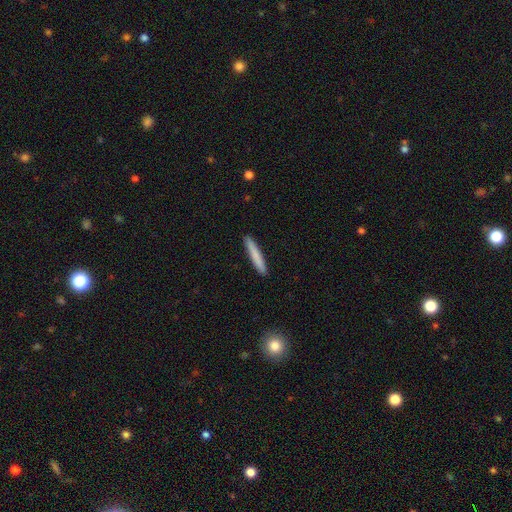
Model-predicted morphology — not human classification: Smooth or featured?
  - smooth: 80% *
  - featured or disk: 15%
  - star or artifact: 6%
How rounded?
  - cigar-shaped: 96% *
  - in between: 3%
  - round: 1%
Merging?
  - none: 92% *
  - minor disturbance: 6%
  - major disturbance: 1%
  - merger: 1%